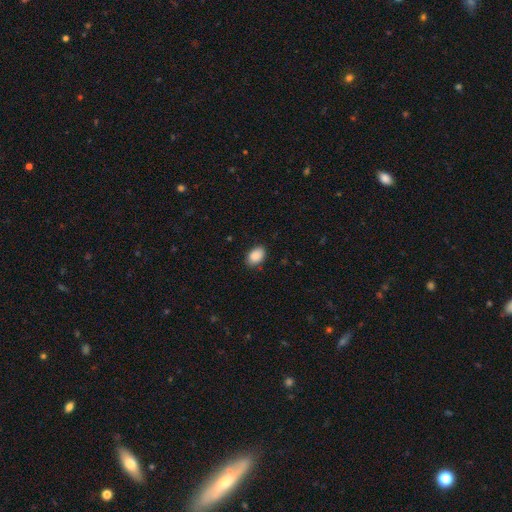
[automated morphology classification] The model was most divided on "merging": none: 83%, minor disturbance: 14%, major disturbance: 3%, merger: 1%. More confident: smooth or featured — smooth (89%); how rounded — in between (86%).